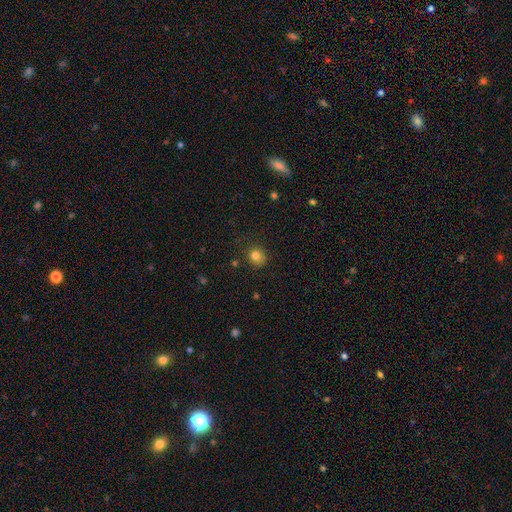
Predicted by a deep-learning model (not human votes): Q: Smooth or featured?
A: smooth (81%); runner-up: star or artifact (13%)
Q: How rounded?
A: round (85%); runner-up: in between (15%)
Q: Merging?
A: none (81%); runner-up: minor disturbance (13%)